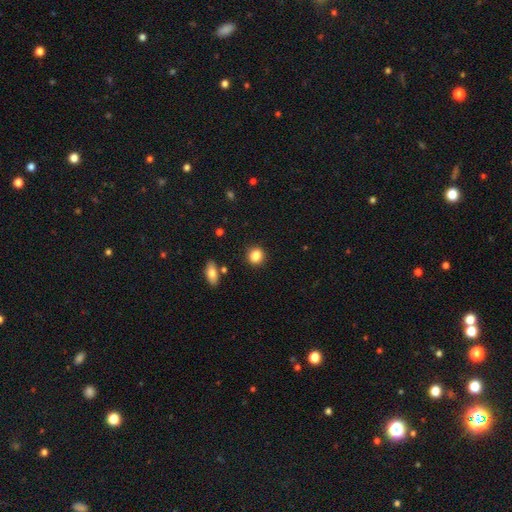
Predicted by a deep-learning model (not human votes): Smooth or featured?
  - smooth: 85% *
  - star or artifact: 9%
  - featured or disk: 5%
How rounded?
  - round: 78% *
  - in between: 21%
  - cigar-shaped: 1%
Merging?
  - none: 88% *
  - minor disturbance: 7%
  - merger: 2%
  - major disturbance: 2%